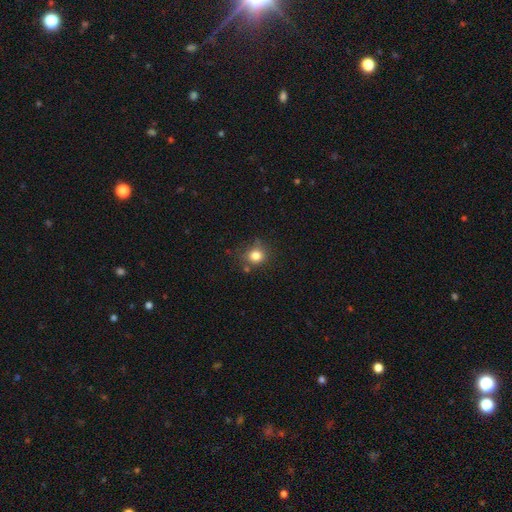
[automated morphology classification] Smooth or featured: smooth — 81% (star or artifact — 13%)
How rounded: round — 85% (in between — 14%)
Merging: none — 73% (minor disturbance — 17%)